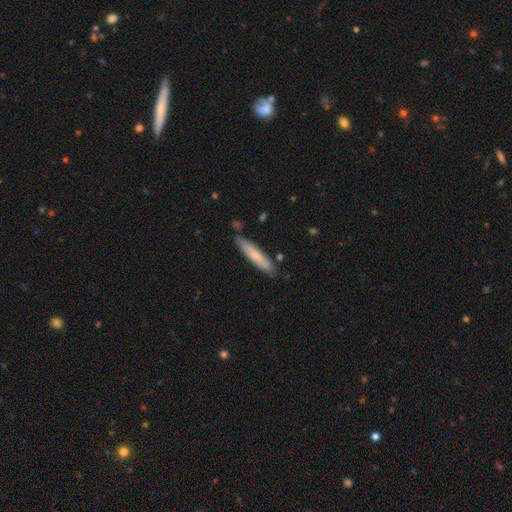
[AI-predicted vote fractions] smooth-or-featured: smooth: 73% | featured or disk: 22% | star or artifact: 6%
  how-rounded: cigar-shaped: 89% | in between: 9% | round: 1%
  merging: none: 82% | minor disturbance: 13% | merger: 3% | major disturbance: 2%